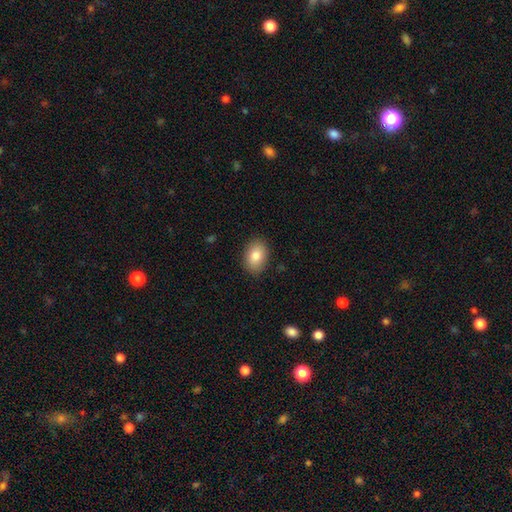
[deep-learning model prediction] Morphology: type=smooth (83%); roundness=in between (81%); merging=none (88%).